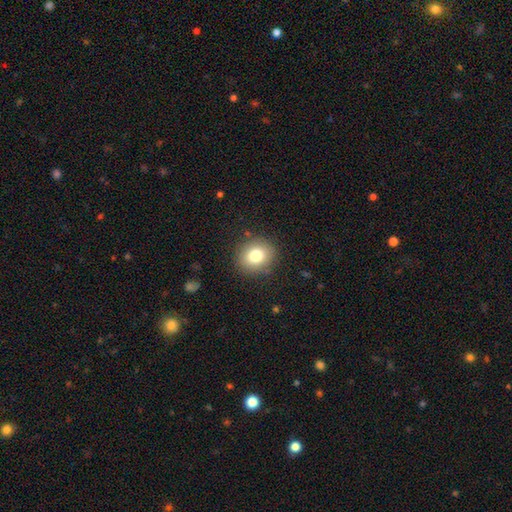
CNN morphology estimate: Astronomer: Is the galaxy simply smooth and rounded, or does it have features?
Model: smooth — 79%.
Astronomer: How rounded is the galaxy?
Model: round — 77%.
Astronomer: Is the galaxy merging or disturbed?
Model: none — 88%.